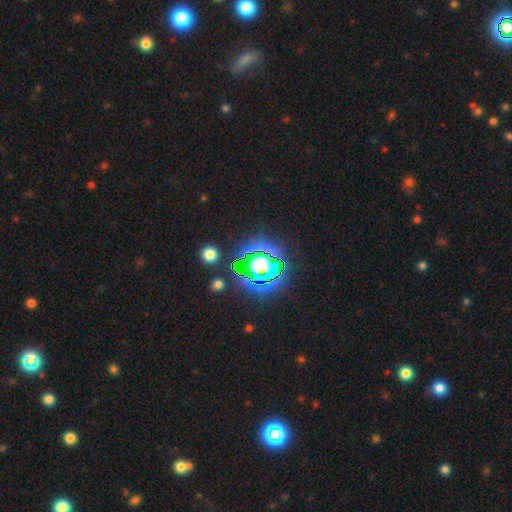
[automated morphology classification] A star or artifact, not a galaxy (83%).